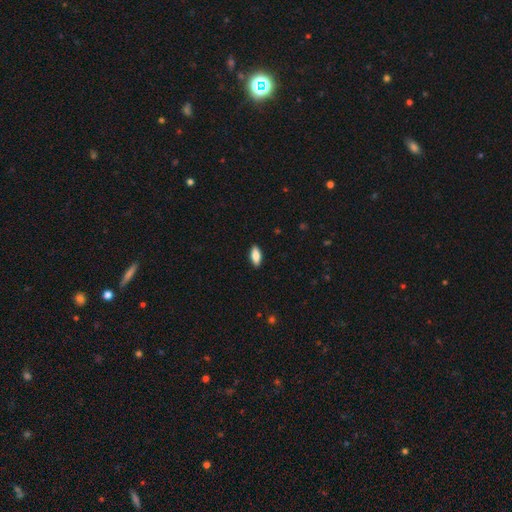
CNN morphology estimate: Q: Smooth or featured?
A: smooth (81%); runner-up: featured or disk (13%)
Q: How rounded?
A: in between (81%); runner-up: cigar-shaped (16%)
Q: Merging?
A: none (89%); runner-up: minor disturbance (8%)